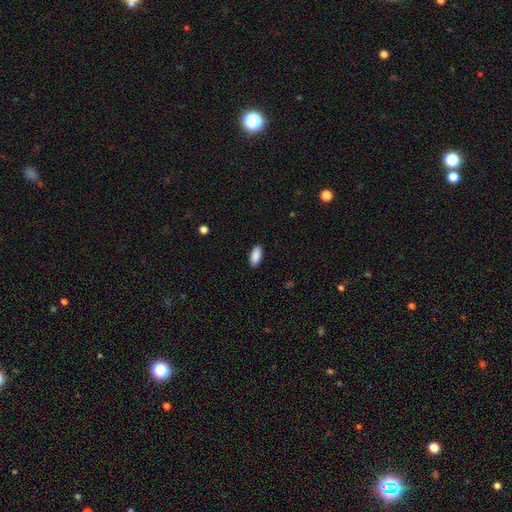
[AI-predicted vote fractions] smooth_or_featured: smooth (p=0.90) [alt: star or artifact p=0.06]
how_rounded: in between (p=0.89) [alt: cigar-shaped p=0.09]
merging: none (p=0.89) [alt: minor disturbance p=0.08]